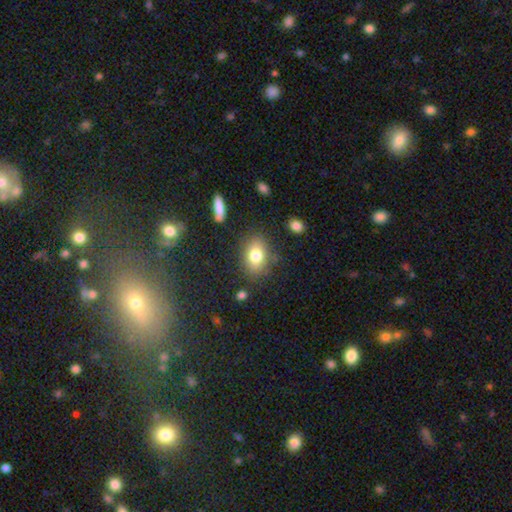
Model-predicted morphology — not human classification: A smooth galaxy with no disk features (78%) that is in between round and cigar-shaped (77%).

Vote fractions:
- Smooth or featured? smooth: 78% / featured or disk: 12% / star or artifact: 10%
- How rounded? in between: 77% / round: 21% / cigar-shaped: 2%
- Merging? none: 81% / minor disturbance: 12% / major disturbance: 4% / merger: 3%